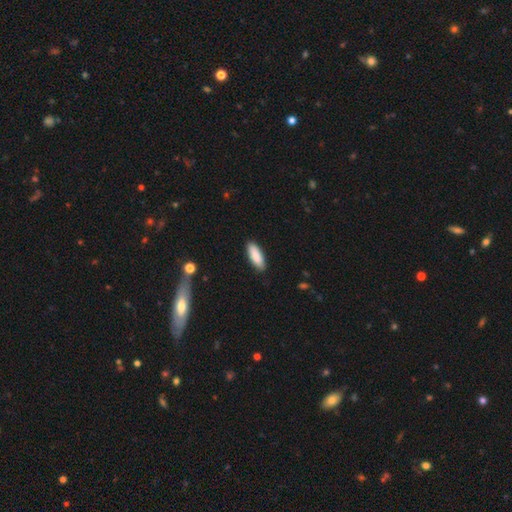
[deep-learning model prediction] Overall: smooth (88%). How rounded: in between (63%; cigar-shaped 35%). Merging: none (89%).